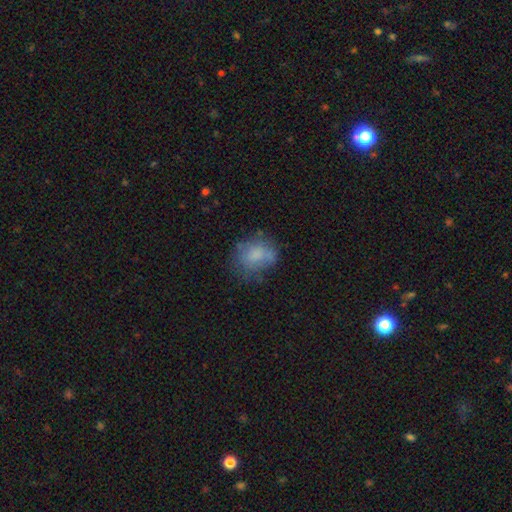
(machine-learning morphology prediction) smooth_or_featured: smooth (p=0.71) [alt: featured or disk p=0.20]
how_rounded: round (p=0.55) [alt: in between p=0.44]
merging: none (p=0.56) [alt: minor disturbance p=0.25]